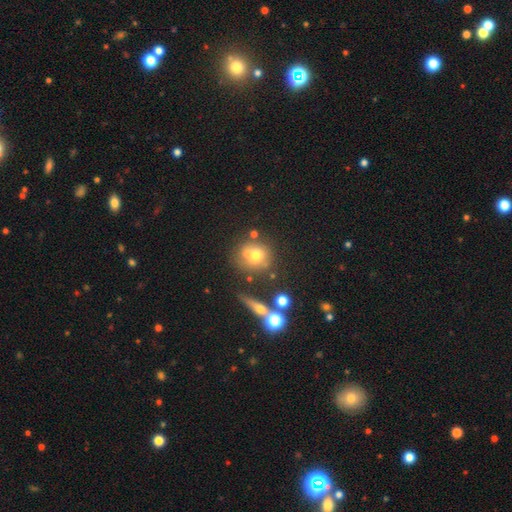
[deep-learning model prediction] Smooth or featured?
  - smooth: 64% *
  - featured or disk: 21%
  - star or artifact: 14%
How rounded?
  - round: 77% *
  - in between: 20%
  - cigar-shaped: 2%
Merging?
  - none: 61% *
  - minor disturbance: 17%
  - merger: 15%
  - major disturbance: 7%